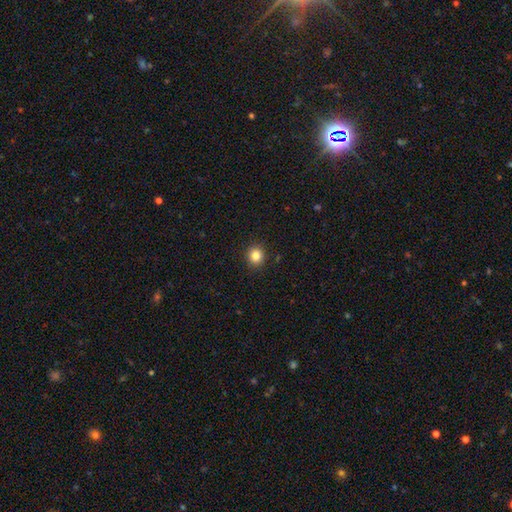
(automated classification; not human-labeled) smooth_or_featured: smooth (p=0.84) [alt: star or artifact p=0.11]
how_rounded: round (p=0.87) [alt: in between p=0.12]
merging: none (p=0.91) [alt: minor disturbance p=0.06]